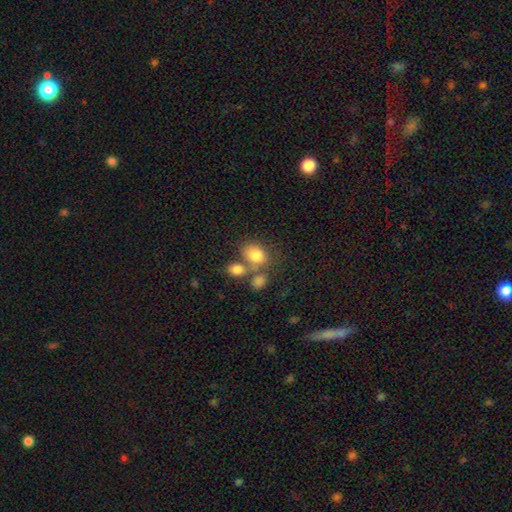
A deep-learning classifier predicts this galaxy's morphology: Smooth or featured? Predicted: smooth (p=0.78). How rounded? Predicted: in between (p=0.64). Merging? Predicted: none (p=0.43).